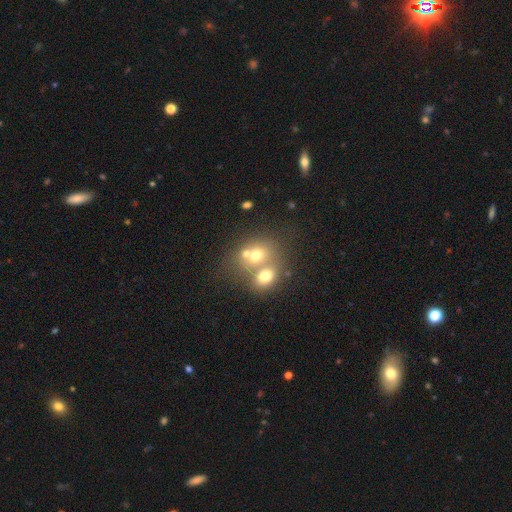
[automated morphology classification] Smooth or featured? smooth (61%)
How rounded? round (59%)
Merging? merger (64%)